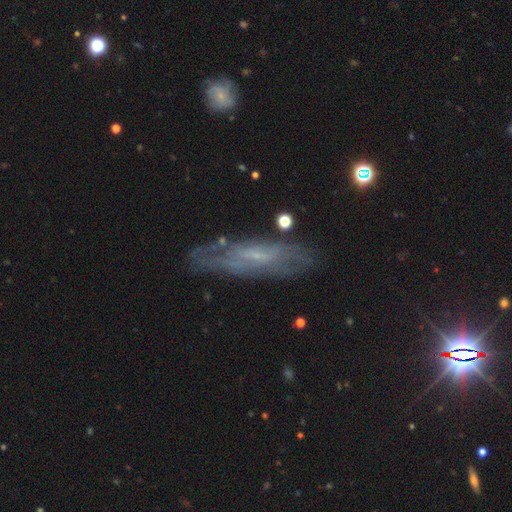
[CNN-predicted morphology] Smooth or featured? Predicted: featured or disk (p=0.63). Edge-on disk? Predicted: no (p=0.64). Merging? Predicted: none (p=0.72).